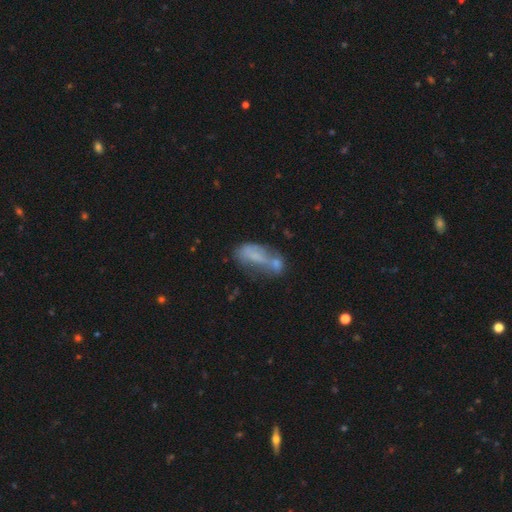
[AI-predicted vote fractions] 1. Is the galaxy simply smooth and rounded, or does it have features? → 56% smooth, 32% featured or disk, 12% star or artifact.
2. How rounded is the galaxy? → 76% in between, 20% cigar-shaped, 4% round.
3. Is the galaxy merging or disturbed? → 43% merger, 24% none, 17% minor disturbance, 16% major disturbance.